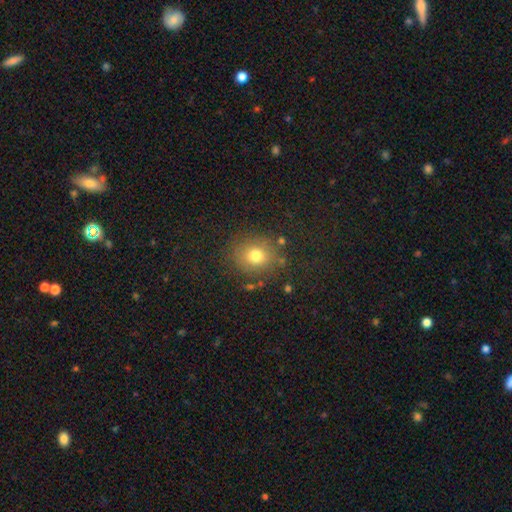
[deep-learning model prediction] smooth_or_featured: smooth (p=0.75) [alt: star or artifact p=0.15]
how_rounded: round (p=0.78) [alt: in between p=0.21]
merging: none (p=0.81) [alt: minor disturbance p=0.11]